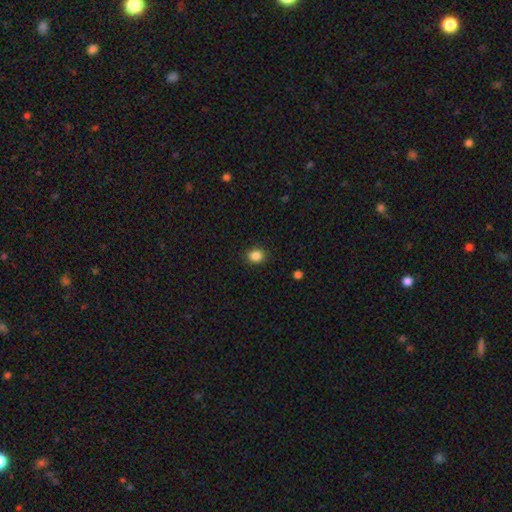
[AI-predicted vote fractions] smooth-or-featured: smooth: 86% | star or artifact: 11% | featured or disk: 3%
  how-rounded: round: 78% | in between: 21% | cigar-shaped: 1%
  merging: none: 90% | minor disturbance: 7% | major disturbance: 2% | merger: 1%